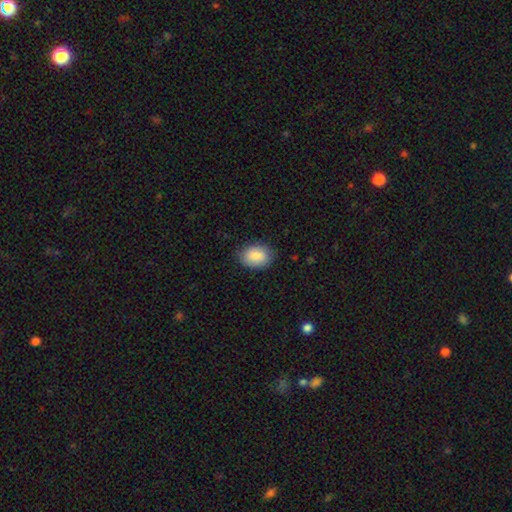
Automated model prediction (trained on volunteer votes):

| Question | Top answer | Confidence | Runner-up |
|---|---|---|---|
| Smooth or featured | smooth | 86% | featured or disk (7%) |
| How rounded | in between | 82% | round (16%) |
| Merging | none | 82% | minor disturbance (14%) |